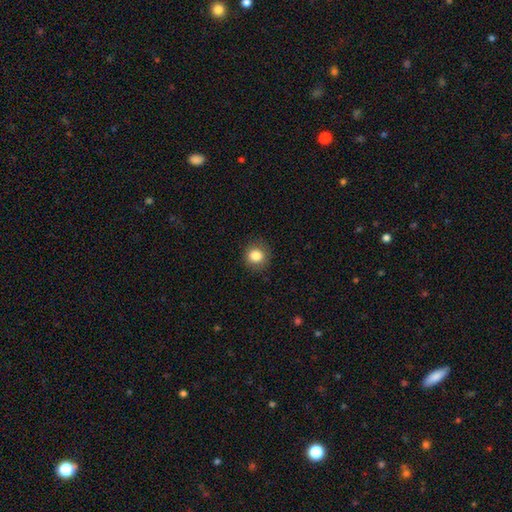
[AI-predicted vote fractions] smooth_or_featured: smooth (p=0.85) [alt: star or artifact p=0.10]
how_rounded: round (p=0.86) [alt: in between p=0.13]
merging: none (p=0.87) [alt: minor disturbance p=0.09]